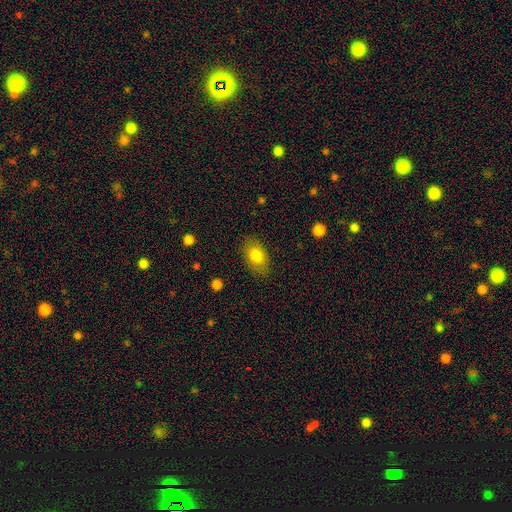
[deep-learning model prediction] A smooth galaxy with no disk features (80%) that is in between round and cigar-shaped (87%).

Vote fractions:
- Smooth or featured? smooth: 80% / featured or disk: 12% / star or artifact: 8%
- How rounded? in between: 87% / round: 12% / cigar-shaped: 2%
- Merging? none: 82% / minor disturbance: 13% / major disturbance: 4% / merger: 1%